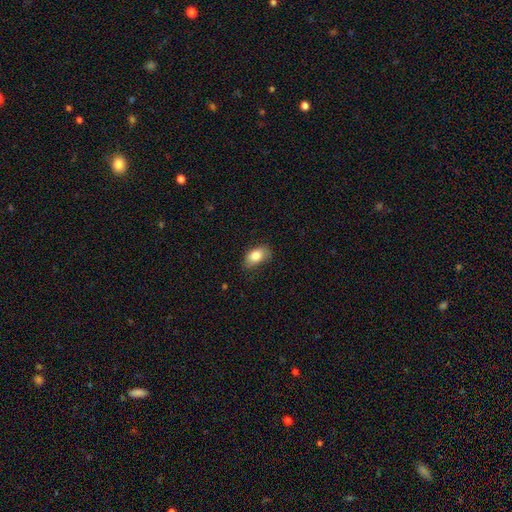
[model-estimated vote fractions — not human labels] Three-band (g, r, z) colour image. It shows a smooth galaxy with no disk features (83%) that is in between round and cigar-shaped (89%). Merging: none (70%).